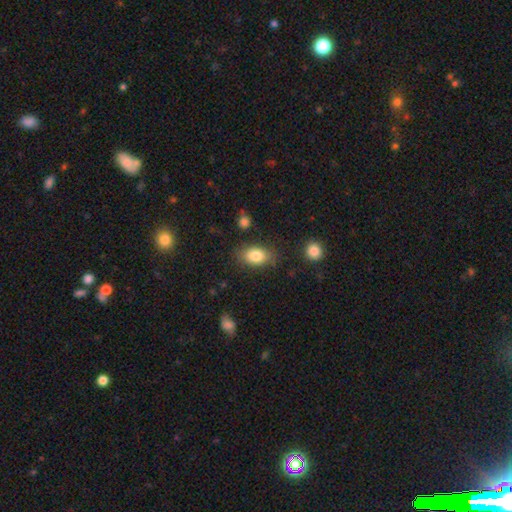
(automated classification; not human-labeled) Q: Smooth or featured?
A: smooth (82%); runner-up: featured or disk (10%)
Q: How rounded?
A: in between (86%); runner-up: round (11%)
Q: Merging?
A: none (79%); runner-up: minor disturbance (14%)